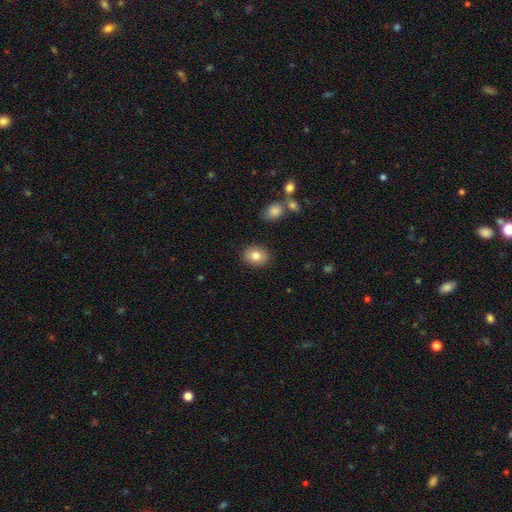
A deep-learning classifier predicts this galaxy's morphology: A smooth galaxy with no disk features (81%) that is in between round and cigar-shaped (53%).

Vote fractions:
- Smooth or featured? smooth: 81% / featured or disk: 10% / star or artifact: 8%
- How rounded? in between: 53% / round: 46% / cigar-shaped: 1%
- Merging? none: 88% / minor disturbance: 8% / major disturbance: 2% / merger: 2%